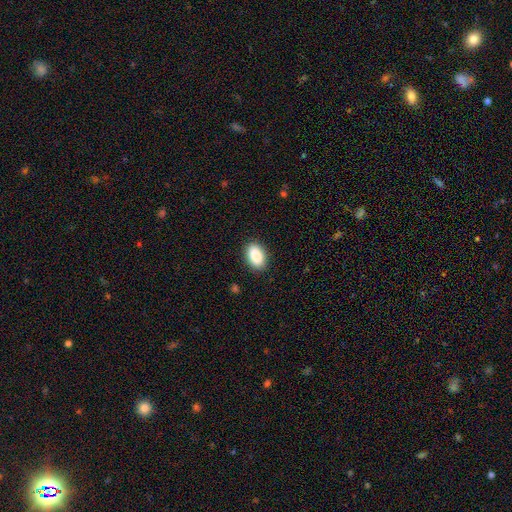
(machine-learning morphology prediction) Smooth or featured: smooth — 89% (star or artifact — 7%)
How rounded: in between — 91% (round — 7%)
Merging: none — 88% (minor disturbance — 9%)